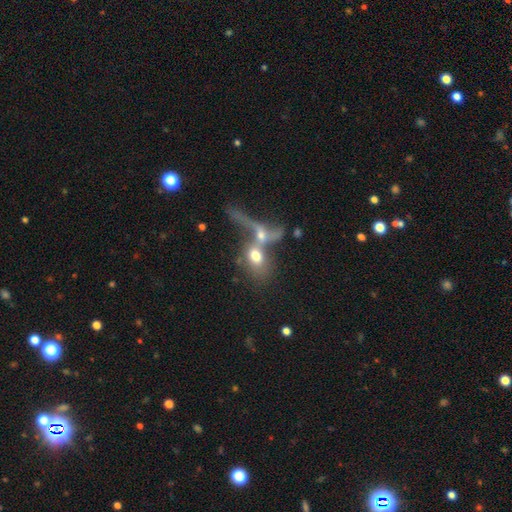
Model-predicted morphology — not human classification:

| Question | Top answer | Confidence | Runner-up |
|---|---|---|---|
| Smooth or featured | smooth | 60% | featured or disk (29%) |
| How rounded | in between | 65% | round (29%) |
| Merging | merger | 70% | major disturbance (14%) |